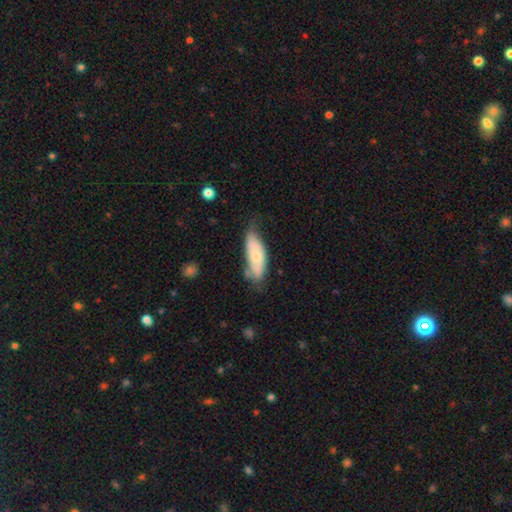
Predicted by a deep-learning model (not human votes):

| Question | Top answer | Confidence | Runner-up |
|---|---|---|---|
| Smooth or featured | smooth | 56% | featured or disk (38%) |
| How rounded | in between | 72% | cigar-shaped (26%) |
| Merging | none | 47% | minor disturbance (36%) |